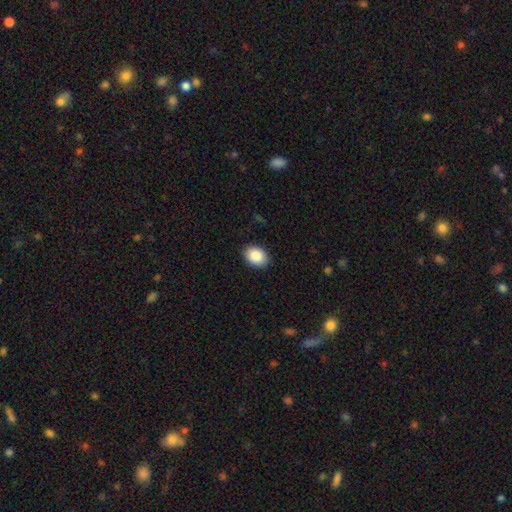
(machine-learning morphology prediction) Smooth or featured? smooth (88%)
How rounded? in between (71%)
Merging? none (89%)